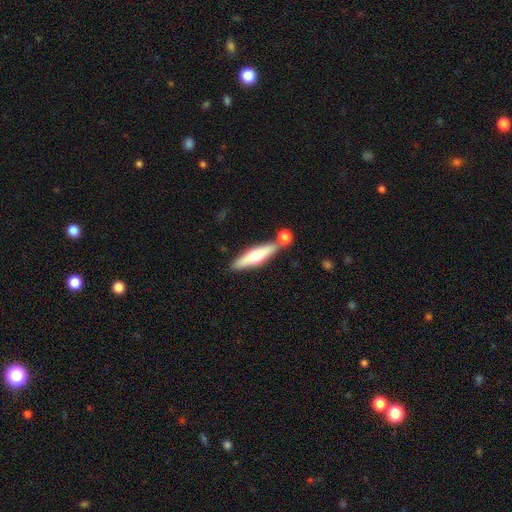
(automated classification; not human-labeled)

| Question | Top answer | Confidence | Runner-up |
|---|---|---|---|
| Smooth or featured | smooth | 50% | featured or disk (44%) |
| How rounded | cigar-shaped | 79% | in between (19%) |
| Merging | none | 68% | merger (18%) |